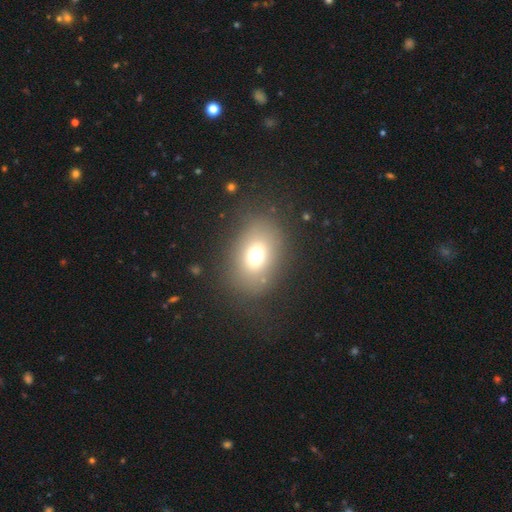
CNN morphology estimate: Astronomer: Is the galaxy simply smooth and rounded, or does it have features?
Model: smooth — 68%.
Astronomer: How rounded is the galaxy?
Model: in between — 59% (runner-up: round, 40%).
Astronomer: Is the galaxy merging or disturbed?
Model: none — 79%.